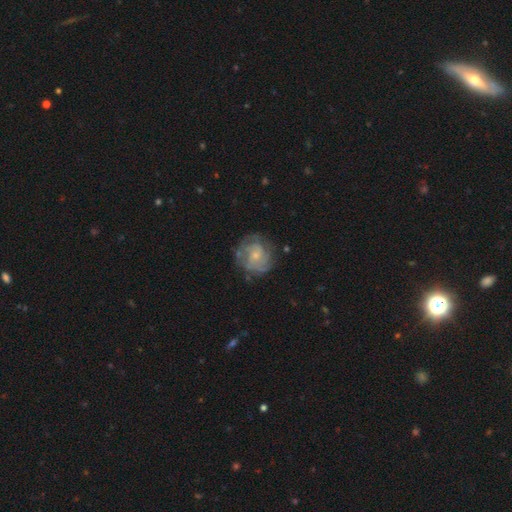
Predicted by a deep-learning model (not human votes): smooth-or-featured: featured or disk: 71% | smooth: 22% | star or artifact: 7%
  disk-edge-on: no: 98% | yes: 2%
    bar: no: 74% | weak: 23% | strong: 3%
    has-spiral-arms: yes: 86% | no: 14%
      spiral-winding: tight: 57% | medium: 33% | loose: 10%
      spiral-arm-count: can't tell: 39% | 2: 23% | 3: 19% | 4: 9% | 1: 5% | more than 4: 5%
    bulge-size: small: 62% | moderate: 30% | none: 5% | large: 2% | dominant: 1%
  merging: none: 72% | minor disturbance: 17% | major disturbance: 9% | merger: 2%